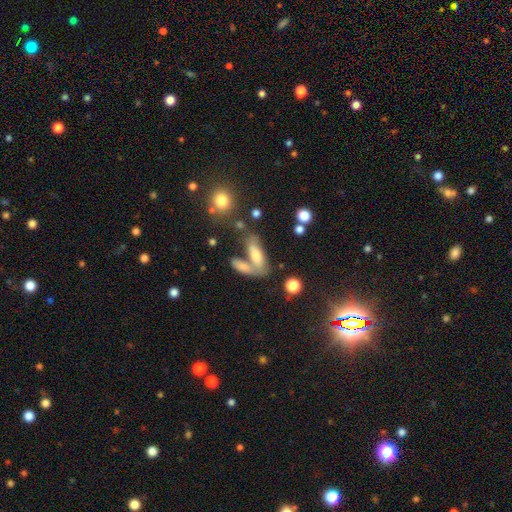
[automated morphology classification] The model was most divided on "merging": merger: 43%, none: 38%, minor disturbance: 12%, major disturbance: 7%. More confident: how rounded — in between (65%); smooth or featured — smooth (64%).